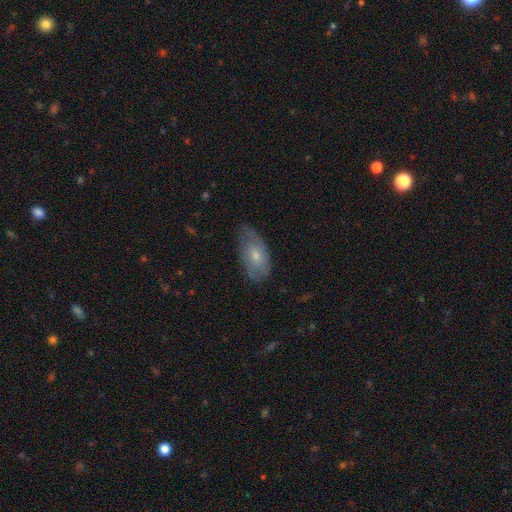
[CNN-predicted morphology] Smooth or featured: smooth — 54% (featured or disk — 39%)
How rounded: in between — 90% (cigar-shaped — 5%)
Merging: none — 66% (minor disturbance — 27%)